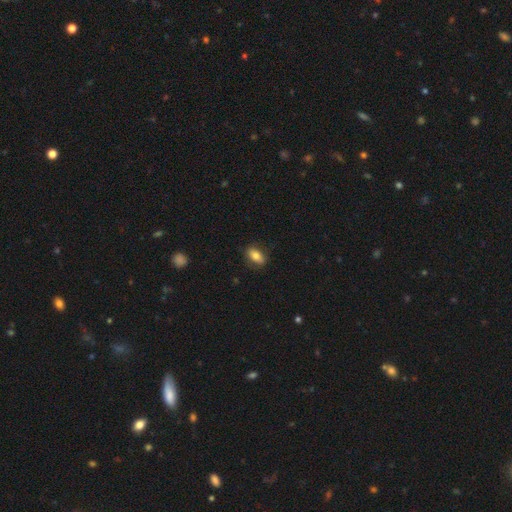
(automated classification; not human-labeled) A smooth galaxy with no disk features (79%) that is in between round and cigar-shaped (87%).

Vote fractions:
- Smooth or featured? smooth: 79% / featured or disk: 14% / star or artifact: 8%
- How rounded? in between: 87% / round: 6% / cigar-shaped: 6%
- Merging? none: 82% / minor disturbance: 14% / major disturbance: 3% / merger: 1%